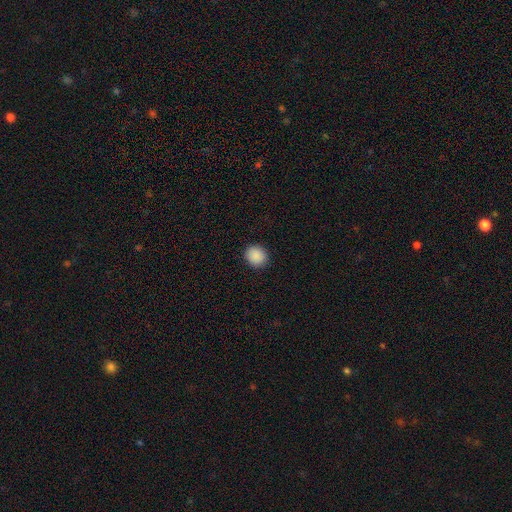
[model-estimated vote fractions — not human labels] Smooth or featured?
  - smooth: 89% *
  - star or artifact: 8%
  - featured or disk: 2%
How rounded?
  - round: 80% *
  - in between: 19%
  - cigar-shaped: 1%
Merging?
  - none: 91% *
  - minor disturbance: 6%
  - major disturbance: 2%
  - merger: 1%